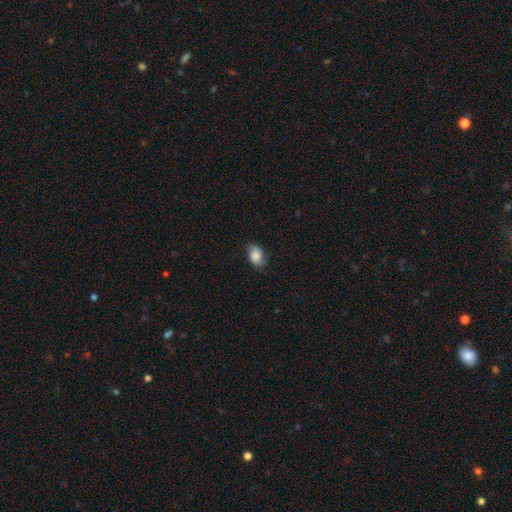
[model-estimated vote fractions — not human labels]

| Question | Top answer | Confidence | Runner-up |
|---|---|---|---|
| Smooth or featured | smooth | 79% | featured or disk (12%) |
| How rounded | in between | 75% | round (23%) |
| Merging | none | 67% | minor disturbance (26%) |